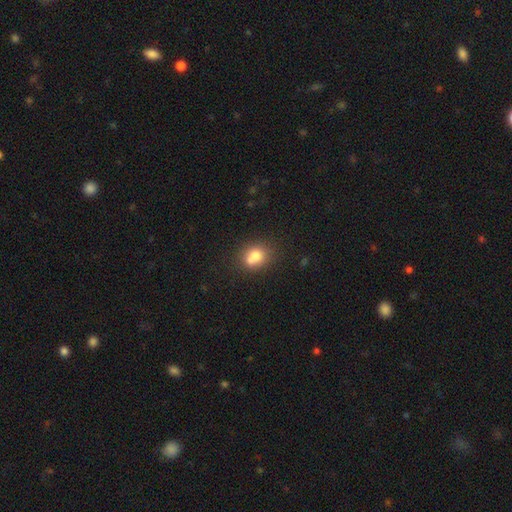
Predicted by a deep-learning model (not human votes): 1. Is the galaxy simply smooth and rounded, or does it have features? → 72% smooth, 17% featured or disk, 11% star or artifact.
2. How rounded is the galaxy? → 65% round, 34% in between, 1% cigar-shaped.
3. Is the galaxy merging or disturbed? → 44% merger, 41% none, 11% minor disturbance, 4% major disturbance.